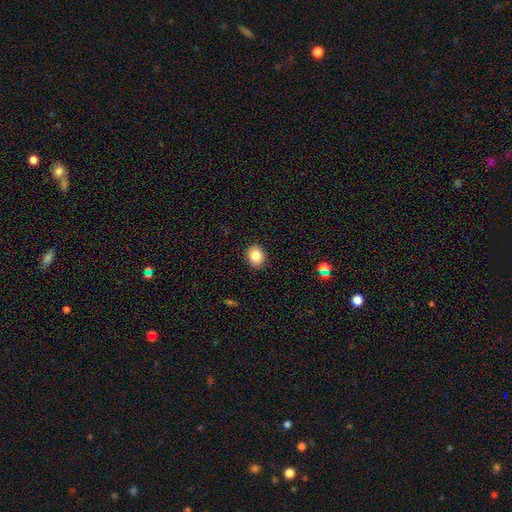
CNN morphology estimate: type=smooth (84%); roundness=round (59%); merging=none (90%).